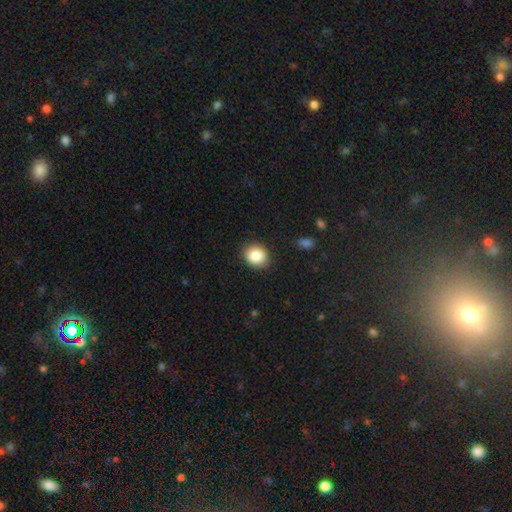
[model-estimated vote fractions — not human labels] A smooth galaxy with no disk features (86%) that is round (68%). Merging: none (88%).